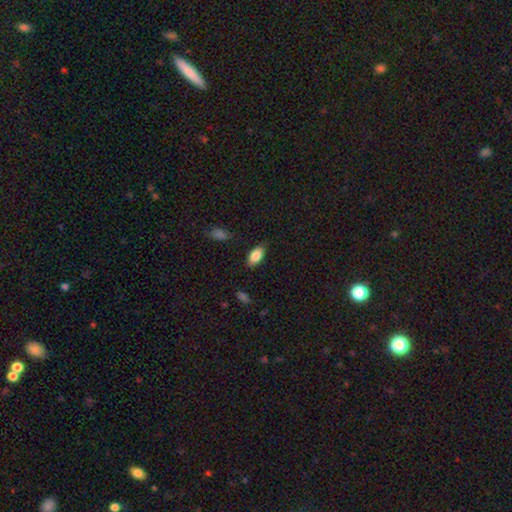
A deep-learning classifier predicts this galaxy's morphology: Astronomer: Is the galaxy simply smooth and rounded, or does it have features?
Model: smooth — 86%.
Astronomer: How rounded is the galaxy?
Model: in between — 92%.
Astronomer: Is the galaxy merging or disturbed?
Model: none — 83%.